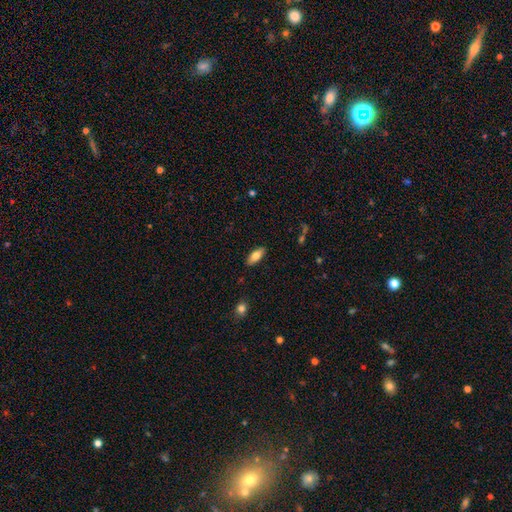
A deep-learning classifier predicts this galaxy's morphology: A smooth galaxy with no disk features (76%) that is in between round and cigar-shaped (83%).

Vote fractions:
- Smooth or featured? smooth: 76% / featured or disk: 17% / star or artifact: 7%
- How rounded? in between: 83% / cigar-shaped: 15% / round: 2%
- Merging? none: 88% / minor disturbance: 9% / major disturbance: 2% / merger: 1%